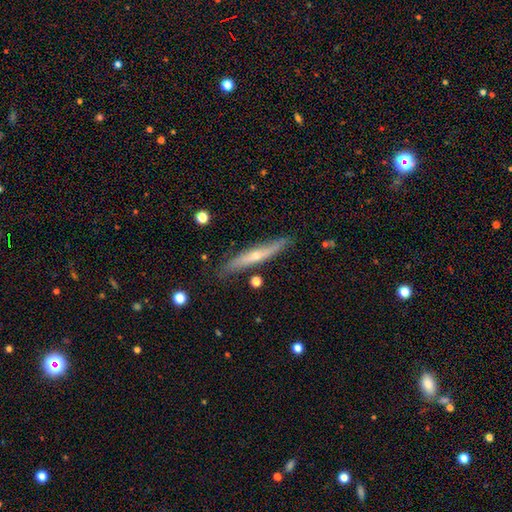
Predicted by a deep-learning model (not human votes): Overall: featured or disk (63%; smooth 31%). Edge-on disk: yes (88%). Edge-on bulge: rounded (75%). Merging: none (82%).